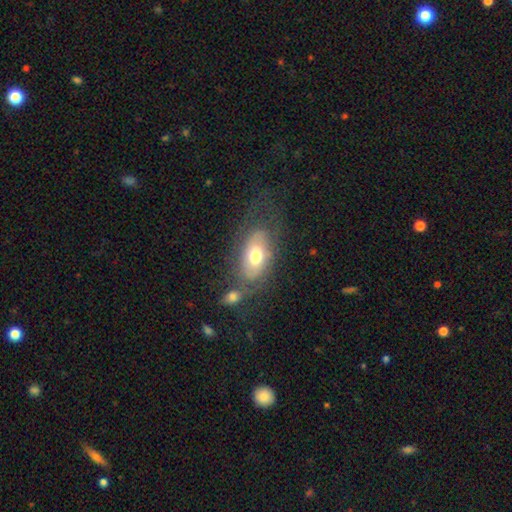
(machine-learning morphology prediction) This appears to be a smooth galaxy with no disk features (49%). Merging: none (50%).